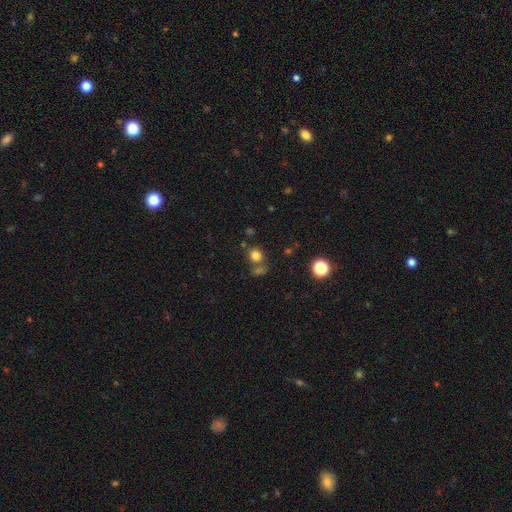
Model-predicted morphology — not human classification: A smooth galaxy with no disk features (77%) that is round (80%). Merging: none (65%).